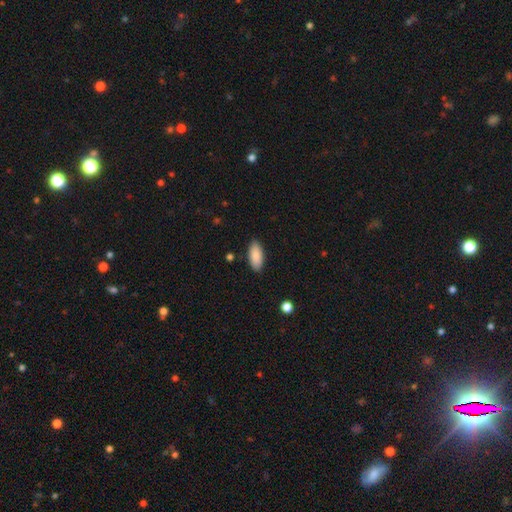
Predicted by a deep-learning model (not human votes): smooth_or_featured: smooth (p=0.88) [alt: star or artifact p=0.06]
how_rounded: in between (p=0.87) [alt: cigar-shaped p=0.12]
merging: none (p=0.88) [alt: minor disturbance p=0.09]